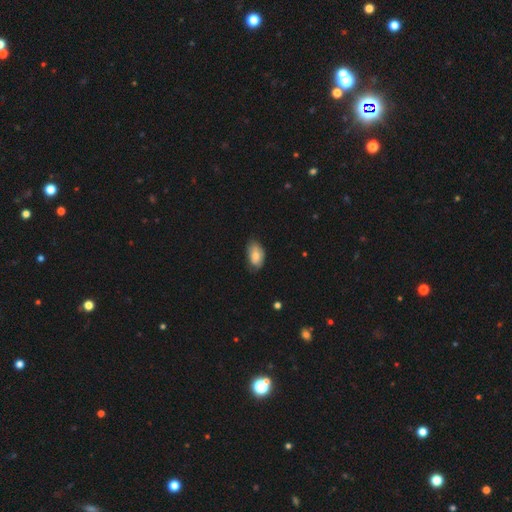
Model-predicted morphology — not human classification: This is likely a smooth galaxy (77%). How rounded: clearly in between (92%). Merging: likely none (65%).